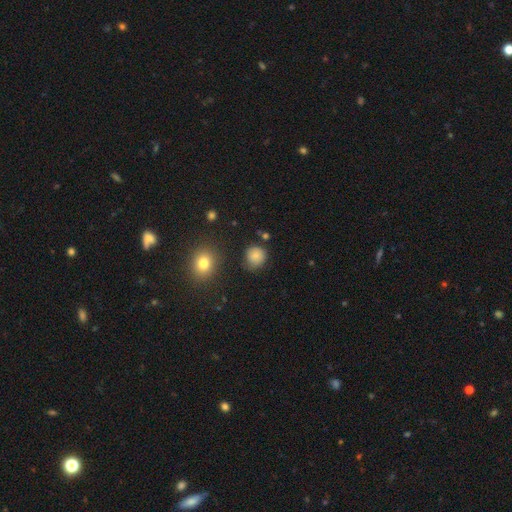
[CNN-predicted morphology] type=smooth (81%); roundness=round (86%); merging=none (78%).